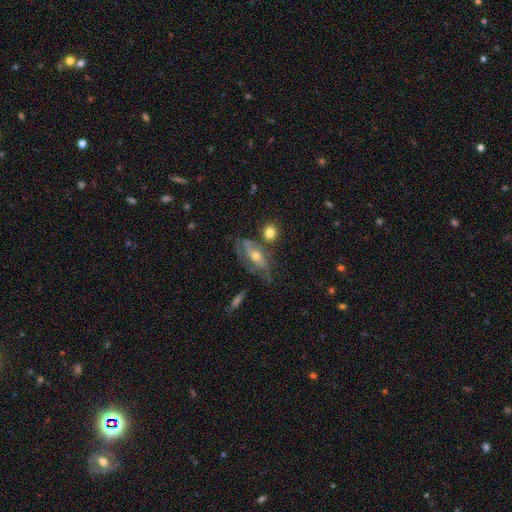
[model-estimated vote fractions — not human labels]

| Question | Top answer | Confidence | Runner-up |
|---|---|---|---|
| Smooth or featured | featured or disk | 65% | smooth (25%) |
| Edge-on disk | no | 84% | yes (16%) |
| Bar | no | 66% | weak (24%) |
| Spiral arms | yes | 74% | no (26%) |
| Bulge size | moderate | 59% | small (35%) |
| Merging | none | 50% | minor disturbance (23%) |